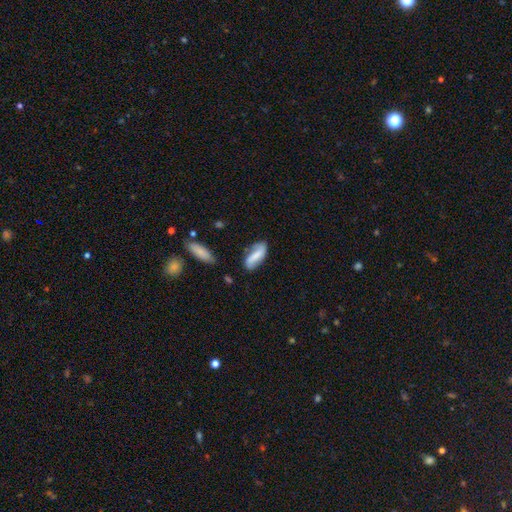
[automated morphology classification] Smooth or featured: smooth — 57% (featured or disk — 36%)
How rounded: in between — 78% (cigar-shaped — 20%)
Merging: none — 65% (minor disturbance — 23%)